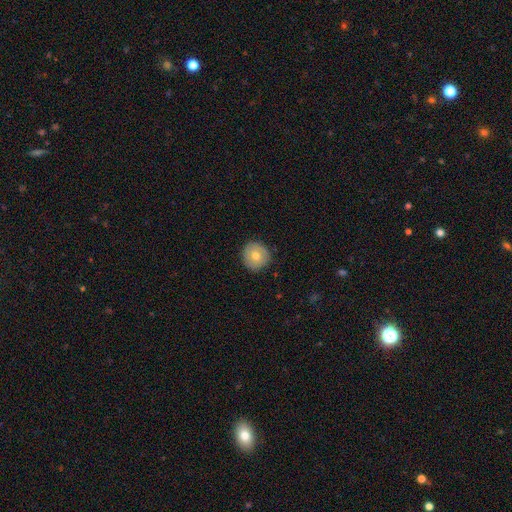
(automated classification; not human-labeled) Smooth or featured: smooth — 67% (featured or disk — 25%)
How rounded: round — 93% (in between — 6%)
Merging: none — 87% (minor disturbance — 10%)